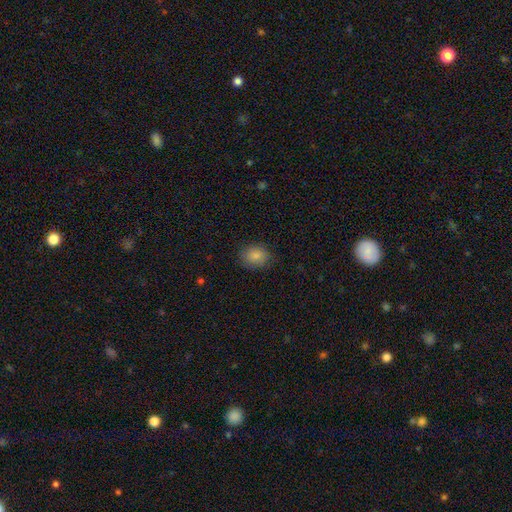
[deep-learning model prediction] A smooth galaxy with no disk features (85%) that is round (60%).

Vote fractions:
- Smooth or featured? smooth: 85% / star or artifact: 9% / featured or disk: 6%
- How rounded? round: 60% / in between: 40% / cigar-shaped: 1%
- Merging? none: 83% / minor disturbance: 12% / major disturbance: 3% / merger: 1%